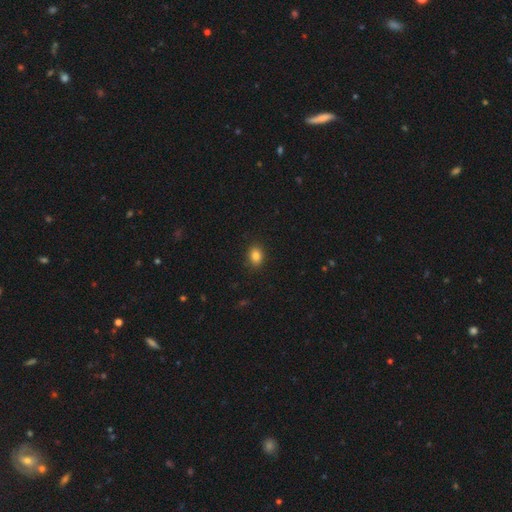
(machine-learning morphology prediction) A smooth galaxy with no disk features (85%) that is in between round and cigar-shaped (60%). Merging: none (88%).